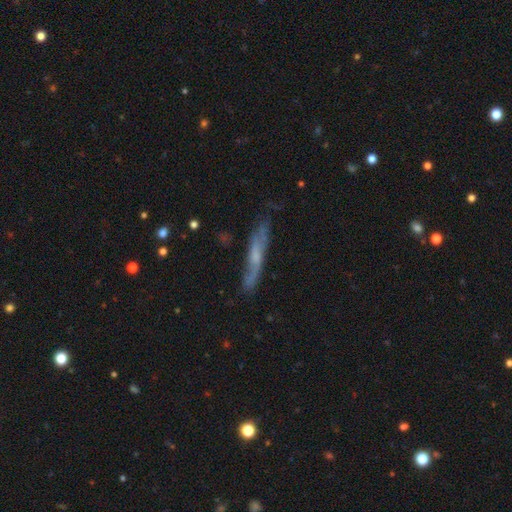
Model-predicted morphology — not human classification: Overall: featured or disk (59%; smooth 34%). Edge-on disk: yes (67%; no 33%). Merging: none (68%).